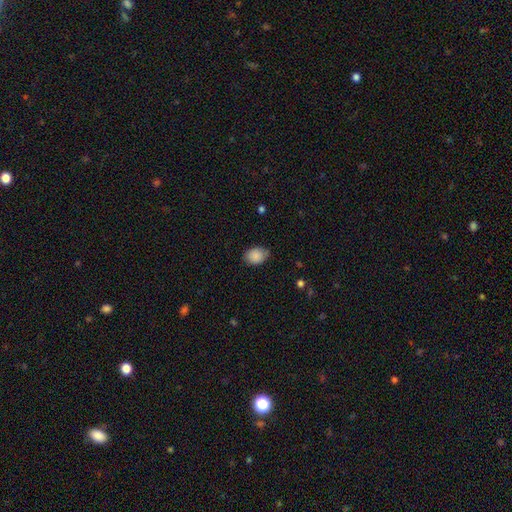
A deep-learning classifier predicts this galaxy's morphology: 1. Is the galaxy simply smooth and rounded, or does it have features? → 88% smooth, 7% star or artifact, 5% featured or disk.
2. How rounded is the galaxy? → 70% in between, 29% round, 1% cigar-shaped.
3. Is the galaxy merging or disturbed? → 75% none, 20% minor disturbance, 3% major disturbance, 1% merger.